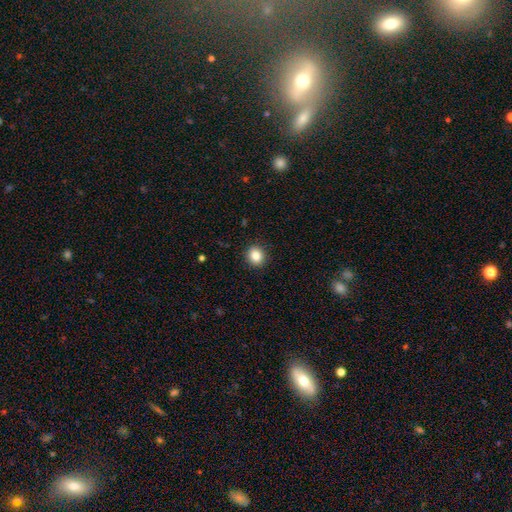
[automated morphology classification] A smooth galaxy with no disk features (85%) that is round (76%).

Vote fractions:
- Smooth or featured? smooth: 85% / star or artifact: 10% / featured or disk: 5%
- How rounded? round: 76% / in between: 23% / cigar-shaped: 1%
- Merging? none: 91% / minor disturbance: 6% / major disturbance: 2% / merger: 1%